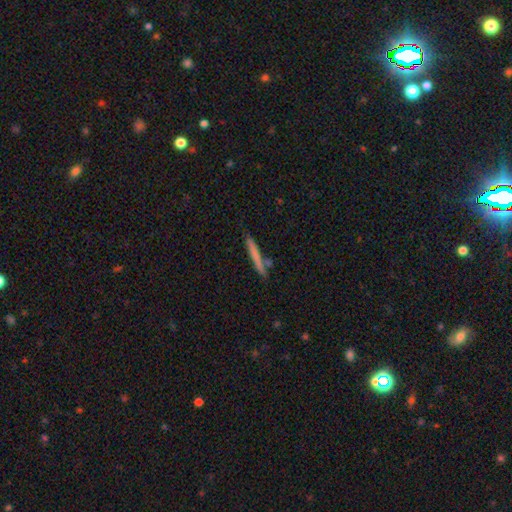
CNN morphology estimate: Smooth or featured? Predicted: smooth (p=0.66). How rounded? Predicted: cigar-shaped (p=0.96). Merging? Predicted: none (p=0.81).